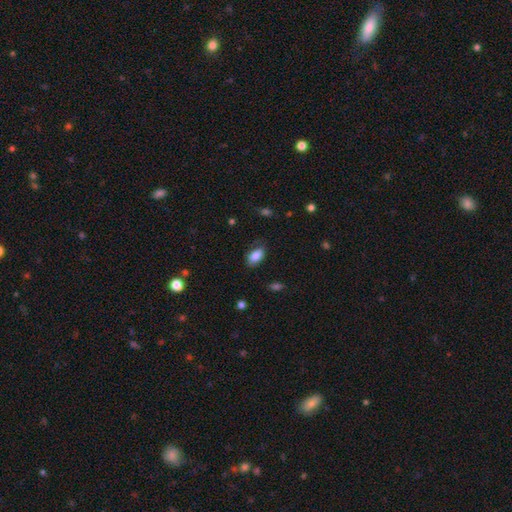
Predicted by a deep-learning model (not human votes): Smooth or featured? smooth (86%)
How rounded? in between (92%)
Merging? none (77%)